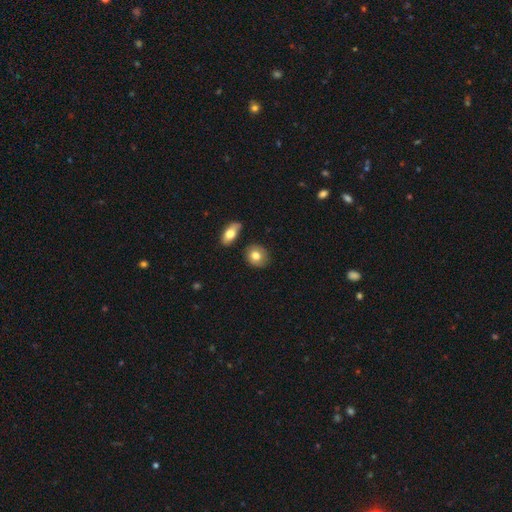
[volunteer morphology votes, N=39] smooth_or_featured: smooth (p=0.79) [alt: featured or disk p=0.13]
how_rounded: round (p=0.55) [alt: in between p=0.42]
merging: none (p=0.83) [alt: minor disturbance p=0.11]